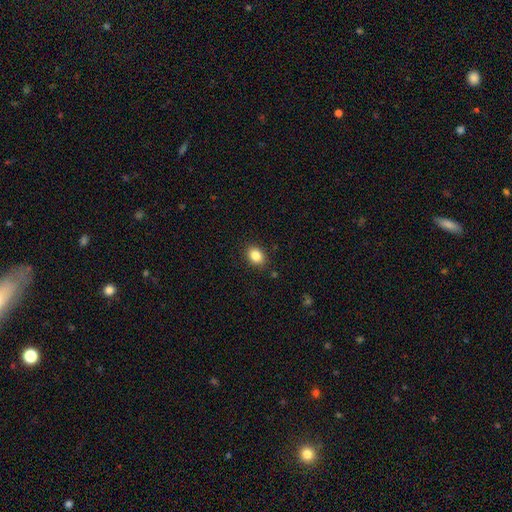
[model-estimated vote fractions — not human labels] A smooth galaxy with no disk features (86%) that is in between round and cigar-shaped (64%). Merging: none (88%).